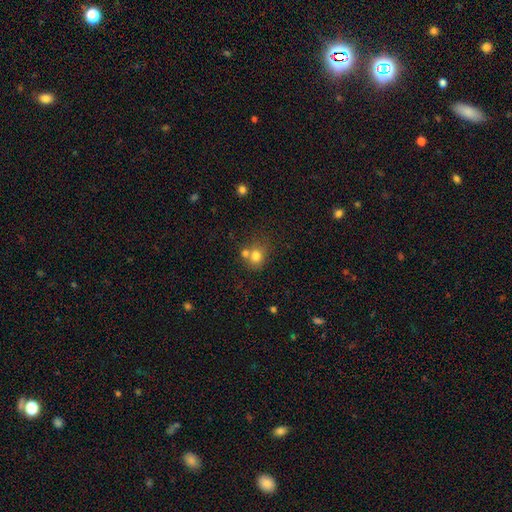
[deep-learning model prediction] Smooth or featured: smooth — 76% (star or artifact — 12%)
How rounded: round — 75% (in between — 24%)
Merging: none — 49% (merger — 35%)